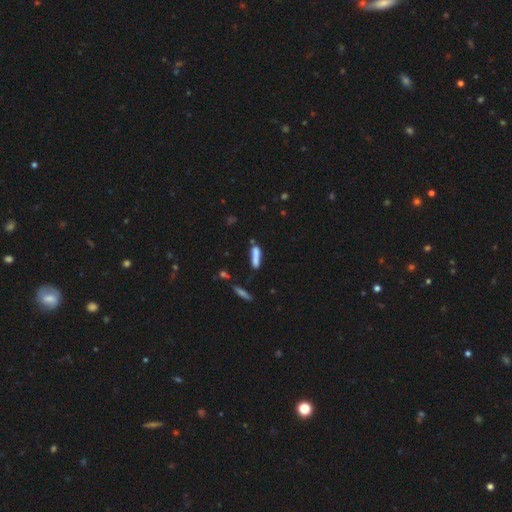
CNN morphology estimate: This is likely a smooth galaxy (75%). How rounded: likely cigar-shaped (72%). Merging: possibly none (55%).